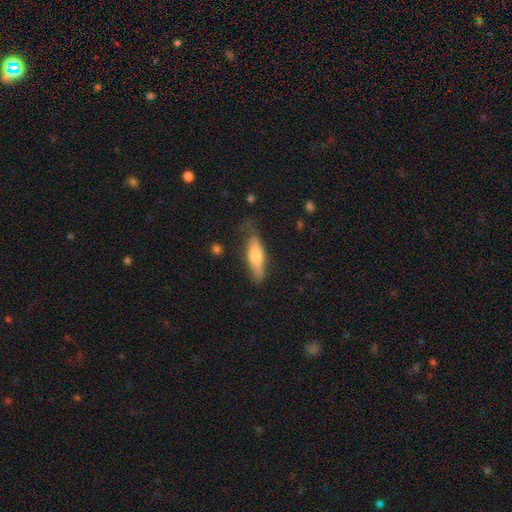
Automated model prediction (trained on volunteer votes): Smooth or featured? smooth (66%)
How rounded? cigar-shaped (56%)
Merging? none (60%)